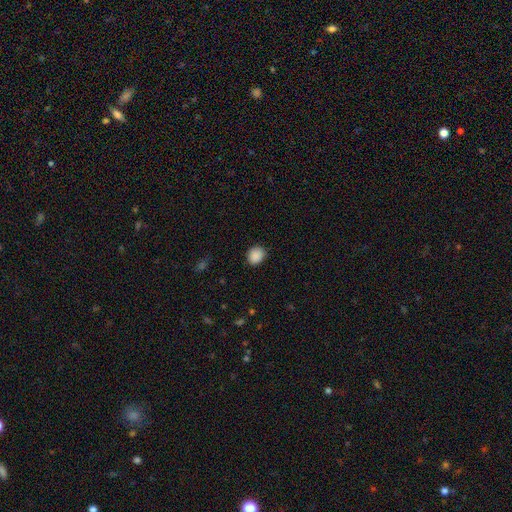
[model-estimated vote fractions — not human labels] Smooth or featured: smooth — 89% (star or artifact — 8%)
How rounded: round — 65% (in between — 34%)
Merging: none — 85% (minor disturbance — 11%)